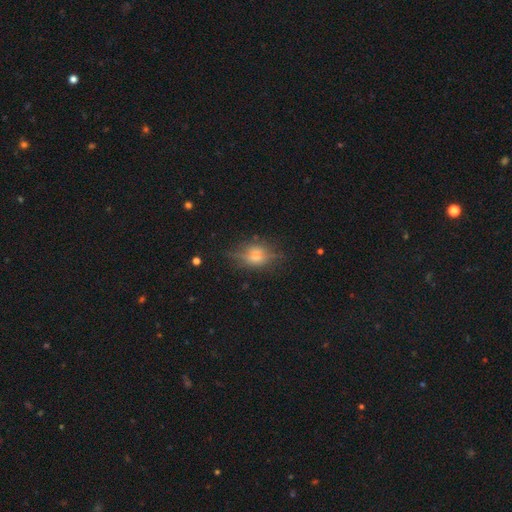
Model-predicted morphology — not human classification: The model was most divided on "smooth or featured": smooth: 46%, featured or disk: 40%, star or artifact: 15%. More confident: merging — none (65%).